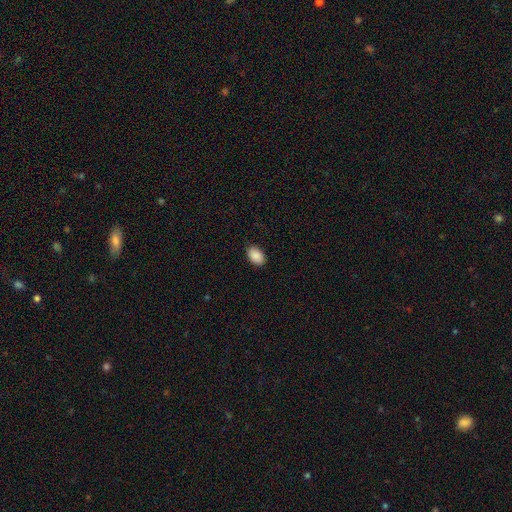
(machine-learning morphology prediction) Smooth or featured: smooth — 90% (star or artifact — 7%)
How rounded: in between — 88% (round — 10%)
Merging: none — 88% (minor disturbance — 9%)